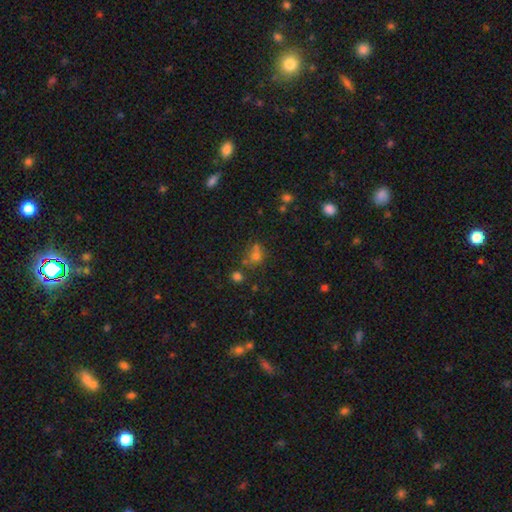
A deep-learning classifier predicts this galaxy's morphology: smooth_or_featured: smooth (p=0.60) [alt: star or artifact p=0.26]
how_rounded: round (p=0.74) [alt: in between p=0.24]
merging: none (p=0.49) [alt: merger p=0.33]